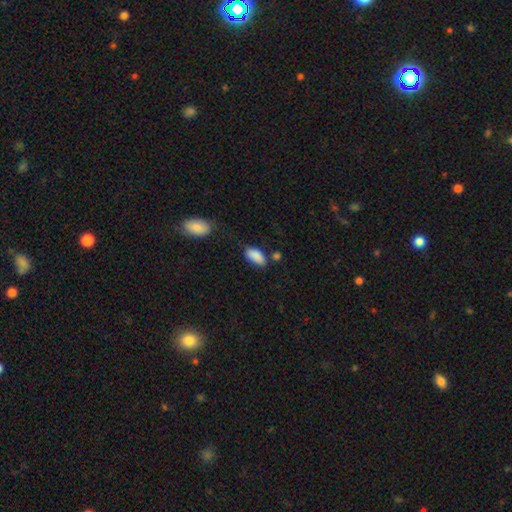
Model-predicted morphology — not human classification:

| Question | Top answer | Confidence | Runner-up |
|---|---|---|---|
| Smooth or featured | smooth | 88% | star or artifact (7%) |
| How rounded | in between | 91% | cigar-shaped (6%) |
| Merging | none | 65% | minor disturbance (23%) |